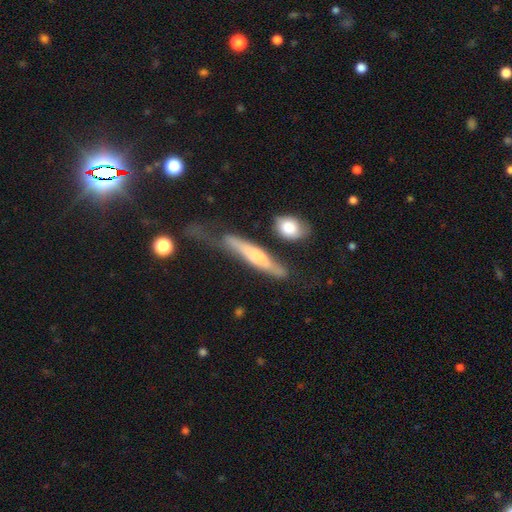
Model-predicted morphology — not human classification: A featured or disk galaxy (51%) viewed edge-on (78%).

Vote fractions:
- Smooth or featured? featured or disk: 51% / smooth: 42% / star or artifact: 6%
- Edge-on disk? yes: 78% / no: 22%
- Merging? none: 40% / minor disturbance: 27% / major disturbance: 21% / merger: 12%